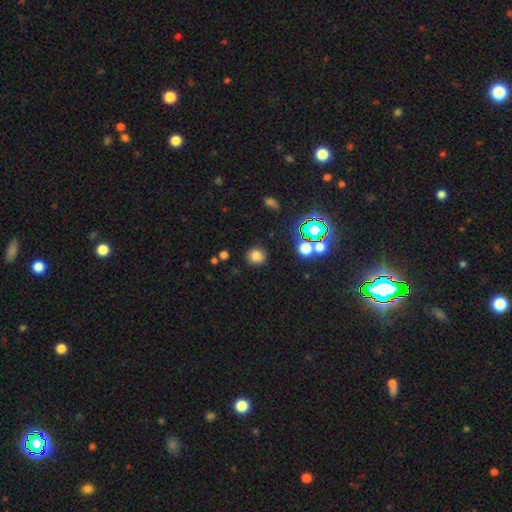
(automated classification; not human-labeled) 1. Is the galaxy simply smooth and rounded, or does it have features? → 74% smooth, 19% star or artifact, 7% featured or disk.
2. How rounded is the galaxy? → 86% round, 13% in between, 1% cigar-shaped.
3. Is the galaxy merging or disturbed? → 84% none, 10% minor disturbance, 3% major disturbance, 3% merger.